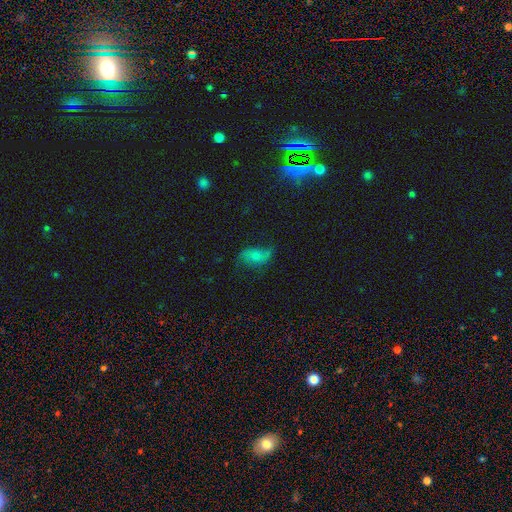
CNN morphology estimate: smooth_or_featured: featured or disk (p=0.52) [alt: smooth p=0.32]
disk_edge_on: no (p=0.93) [alt: yes p=0.07]
merging: none (p=0.60) [alt: minor disturbance p=0.25]